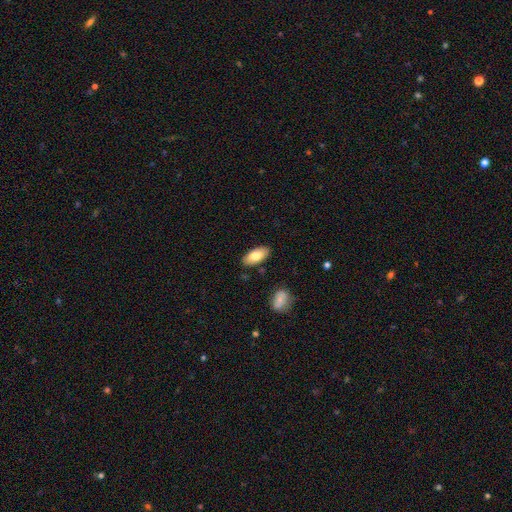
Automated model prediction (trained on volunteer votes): Smooth or featured?
  - smooth: 79% *
  - featured or disk: 15%
  - star or artifact: 6%
How rounded?
  - in between: 90% *
  - cigar-shaped: 8%
  - round: 2%
Merging?
  - none: 86% *
  - minor disturbance: 10%
  - merger: 2%
  - major disturbance: 2%